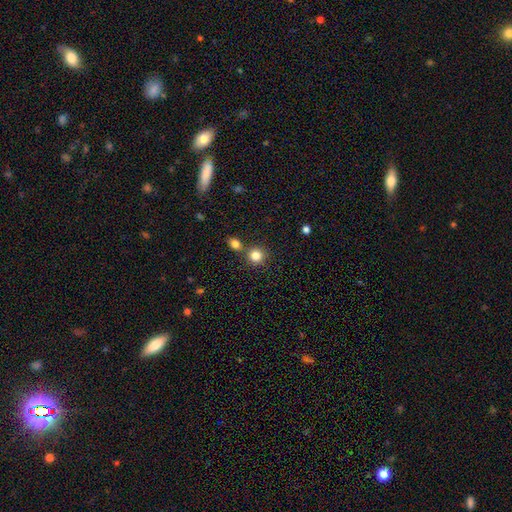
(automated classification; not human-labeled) This appears to be a smooth galaxy with no disk features (83%) that is round (89%). Merging: none (72%).